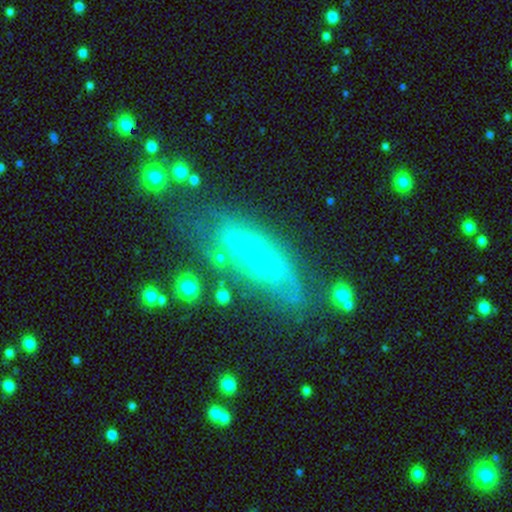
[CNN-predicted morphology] Overall: featured or disk (52%; smooth 38%). Edge-on disk: no (68%; yes 32%). Merging: none (60%; minor disturbance 23%).